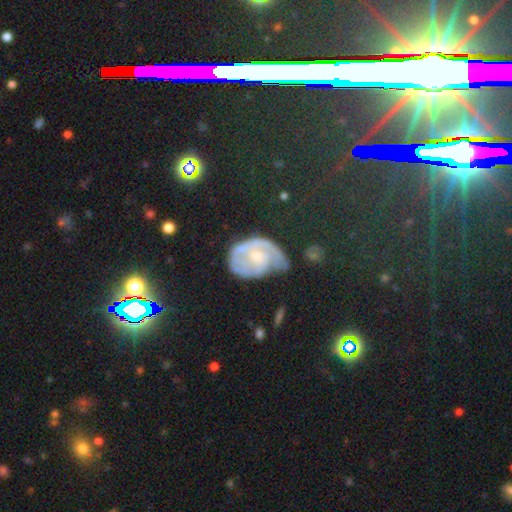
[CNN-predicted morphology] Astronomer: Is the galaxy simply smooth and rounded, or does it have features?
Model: featured or disk — 64%.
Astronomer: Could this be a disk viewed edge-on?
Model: no — 97%.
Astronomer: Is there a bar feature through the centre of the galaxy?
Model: no — 76%.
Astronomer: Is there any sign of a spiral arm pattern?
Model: yes — 80%.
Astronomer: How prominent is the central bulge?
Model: small — 59%.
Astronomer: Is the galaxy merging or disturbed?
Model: minor disturbance — 36% (runner-up: none, 35%).